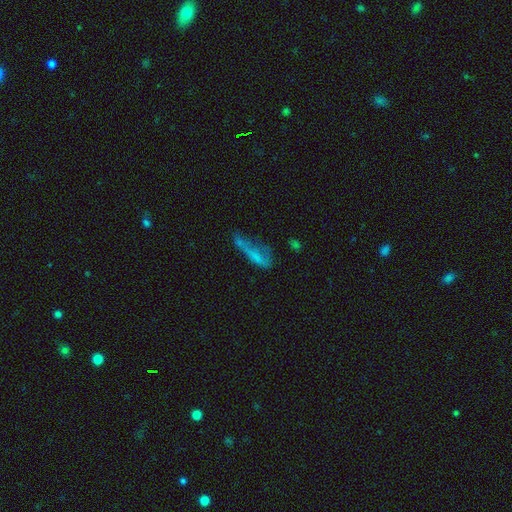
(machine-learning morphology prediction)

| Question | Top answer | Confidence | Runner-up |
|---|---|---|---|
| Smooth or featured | smooth | 55% | featured or disk (30%) |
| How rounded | cigar-shaped | 54% | in between (42%) |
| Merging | major disturbance | 38% | none (25%) |